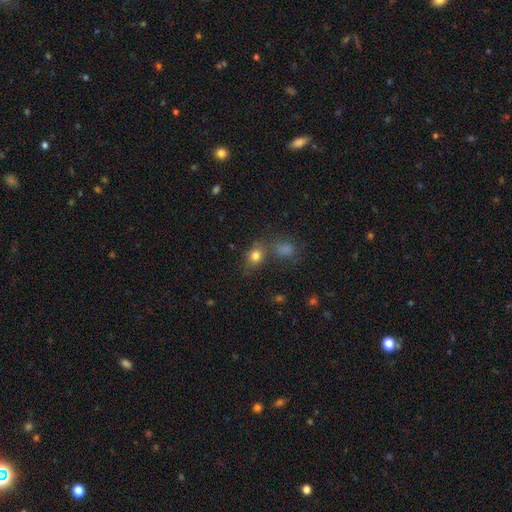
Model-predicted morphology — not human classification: Smooth or featured: smooth — 78% (star or artifact — 14%)
How rounded: round — 58% (in between — 41%)
Merging: none — 57% (merger — 25%)